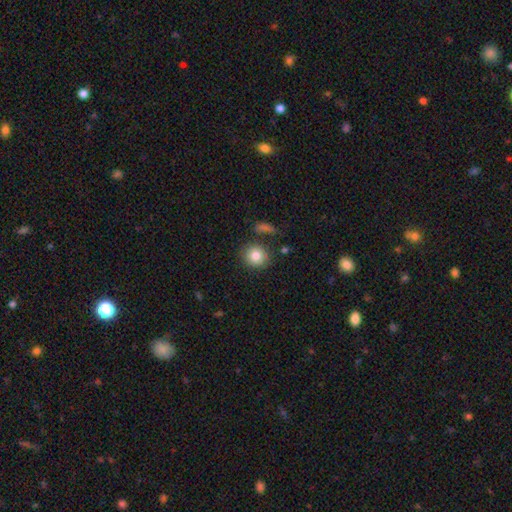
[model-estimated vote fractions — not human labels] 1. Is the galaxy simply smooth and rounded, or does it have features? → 83% smooth, 9% star or artifact, 8% featured or disk.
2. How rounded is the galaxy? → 85% round, 14% in between, 1% cigar-shaped.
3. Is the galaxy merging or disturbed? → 80% none, 11% minor disturbance, 6% merger, 4% major disturbance.